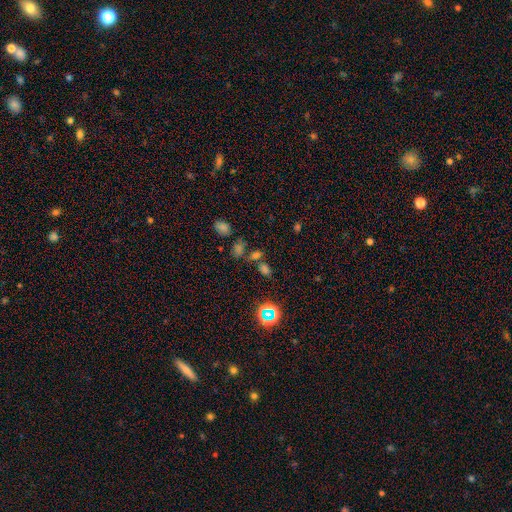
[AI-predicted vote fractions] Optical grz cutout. It shows a smooth galaxy with no disk features (54%) that is in between round and cigar-shaped (66%). Merging: none (52%).